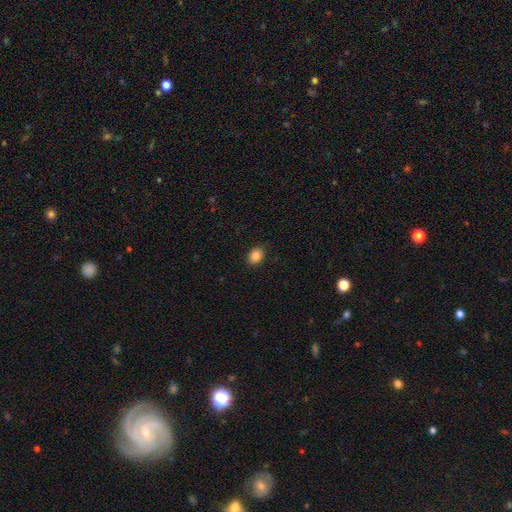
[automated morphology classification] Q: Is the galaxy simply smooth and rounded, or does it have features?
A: smooth — 86%.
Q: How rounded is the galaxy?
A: in between — 62%.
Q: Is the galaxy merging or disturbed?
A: none — 89%.